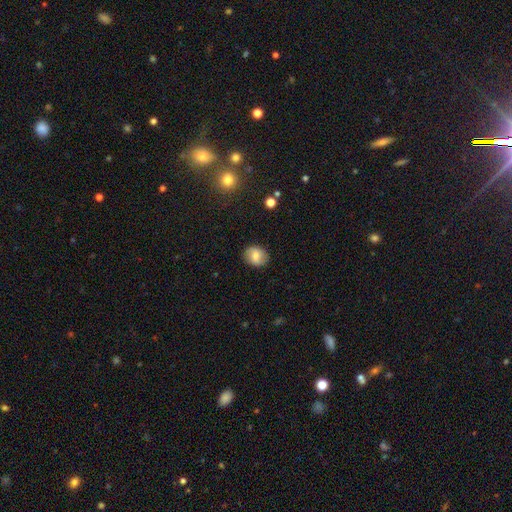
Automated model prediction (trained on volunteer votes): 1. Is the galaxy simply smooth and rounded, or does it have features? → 73% smooth, 18% featured or disk, 9% star or artifact.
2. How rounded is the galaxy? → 56% round, 43% in between, 1% cigar-shaped.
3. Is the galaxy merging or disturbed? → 86% none, 10% minor disturbance, 2% major disturbance, 1% merger.